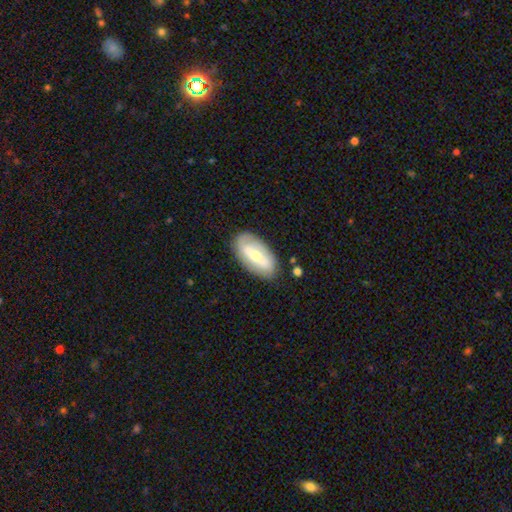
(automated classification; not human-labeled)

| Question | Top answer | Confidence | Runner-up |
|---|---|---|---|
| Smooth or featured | featured or disk | 49% | smooth (45%) |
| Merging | none | 81% | minor disturbance (13%) |